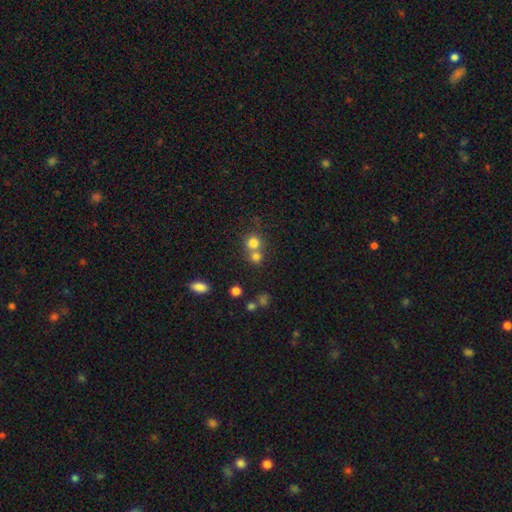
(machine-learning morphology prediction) Overall: smooth (74%). How rounded: round (86%). Merging: merger (49%; none 43%).